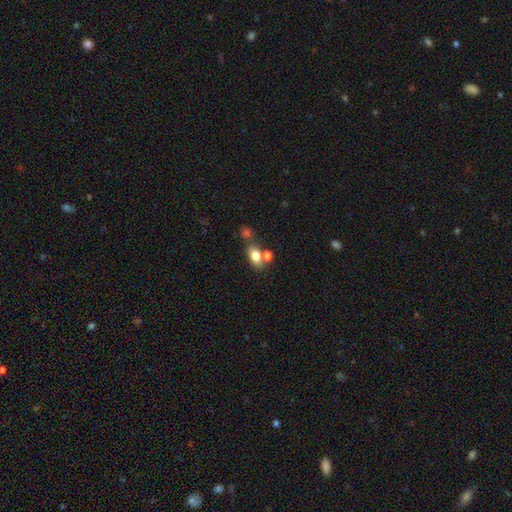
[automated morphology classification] This appears to be a smooth galaxy with no disk features (78%) that is in between round and cigar-shaped (80%). Merging: none (55%).